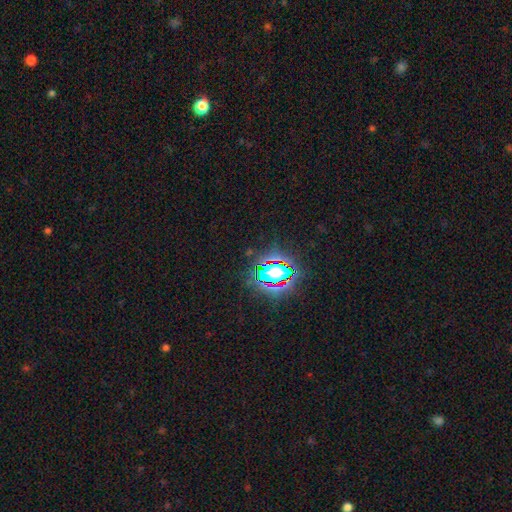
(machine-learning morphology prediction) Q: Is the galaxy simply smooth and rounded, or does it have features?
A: star or artifact — 83%.